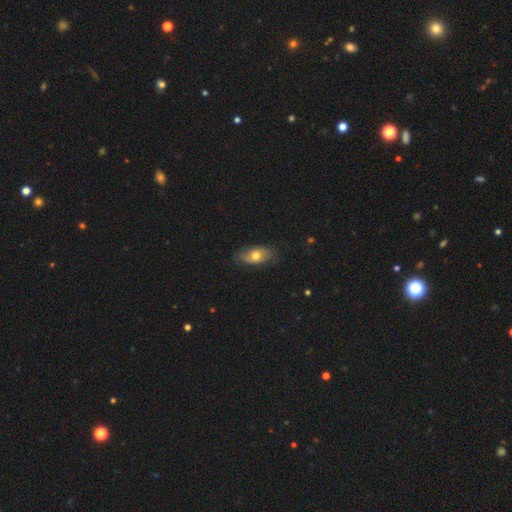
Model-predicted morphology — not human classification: Smooth or featured? smooth (61%)
How rounded? in between (88%)
Merging? none (76%)